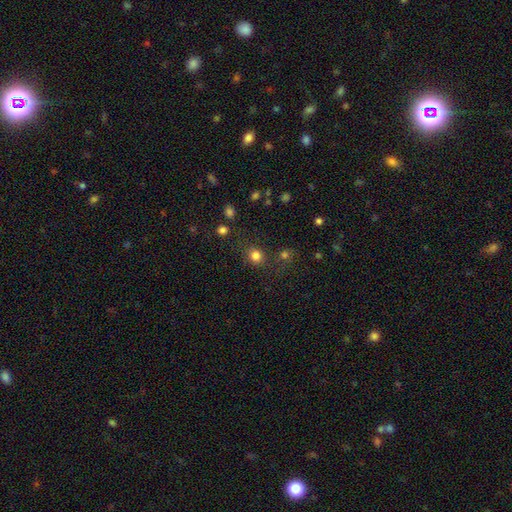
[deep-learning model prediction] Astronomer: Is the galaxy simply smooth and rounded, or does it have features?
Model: smooth — 80%.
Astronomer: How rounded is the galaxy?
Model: round — 83%.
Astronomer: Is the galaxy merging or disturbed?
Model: none — 76%.